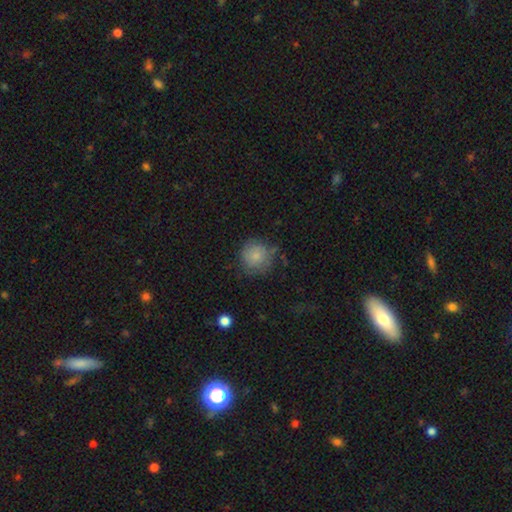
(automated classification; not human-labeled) Smooth or featured? smooth (81%)
How rounded? round (93%)
Merging? none (68%)